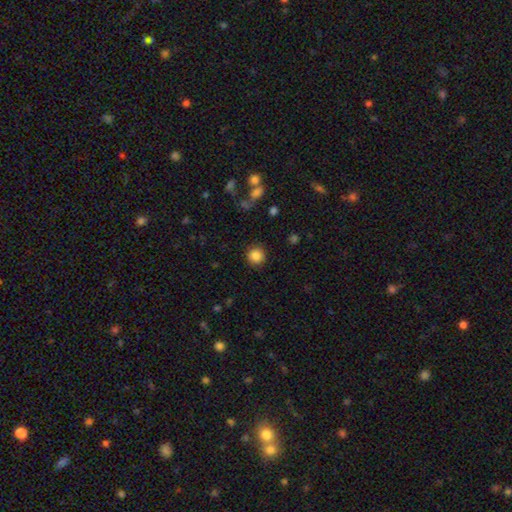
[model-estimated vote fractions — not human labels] Q: Smooth or featured?
A: smooth (85%); runner-up: star or artifact (10%)
Q: How rounded?
A: round (94%); runner-up: in between (5%)
Q: Merging?
A: none (90%); runner-up: minor disturbance (6%)